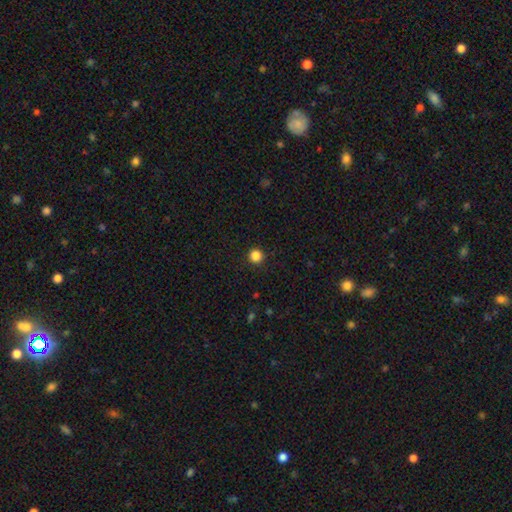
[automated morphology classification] Overall: smooth (86%). How rounded: round (95%). Merging: none (92%).